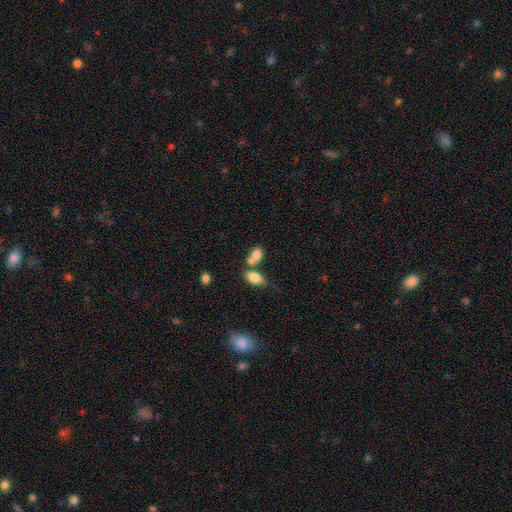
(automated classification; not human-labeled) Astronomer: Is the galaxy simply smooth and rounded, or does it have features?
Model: smooth — 80%.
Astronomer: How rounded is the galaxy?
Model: in between — 84%.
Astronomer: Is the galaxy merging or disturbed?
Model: merger — 56%.